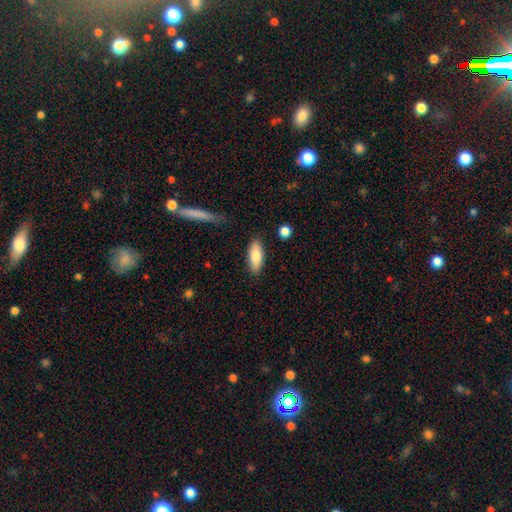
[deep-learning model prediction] The model was most divided on "how rounded": in between: 73%, cigar-shaped: 25%, round: 2%. More confident: merging — none (85%); smooth or featured — smooth (81%).